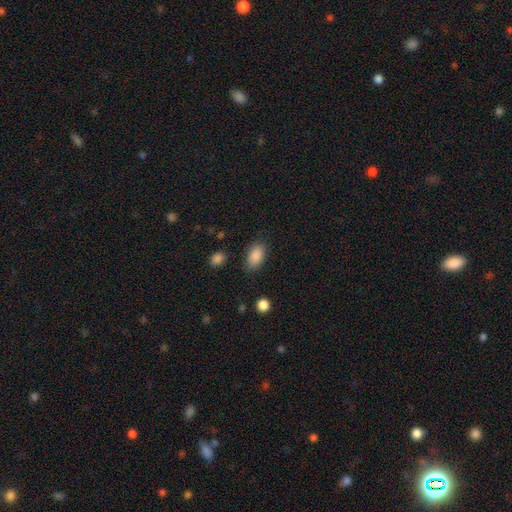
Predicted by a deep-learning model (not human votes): smooth_or_featured: smooth (p=0.88) [alt: star or artifact p=0.08]
how_rounded: in between (p=0.92) [alt: round p=0.06]
merging: none (p=0.82) [alt: minor disturbance p=0.12]